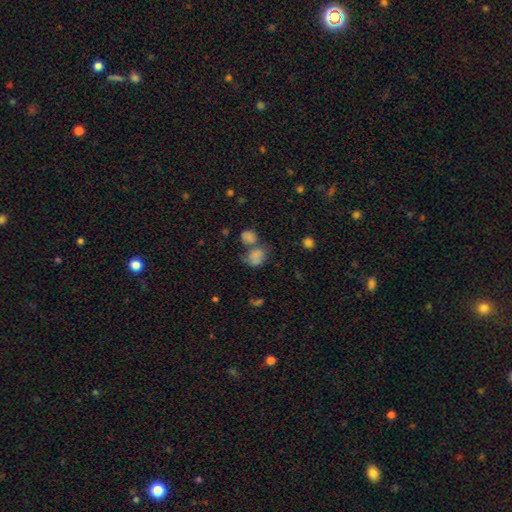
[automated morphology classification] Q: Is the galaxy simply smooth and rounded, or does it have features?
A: smooth — 73%.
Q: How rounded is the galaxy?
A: in between — 60%.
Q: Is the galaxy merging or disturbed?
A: merger — 46%.